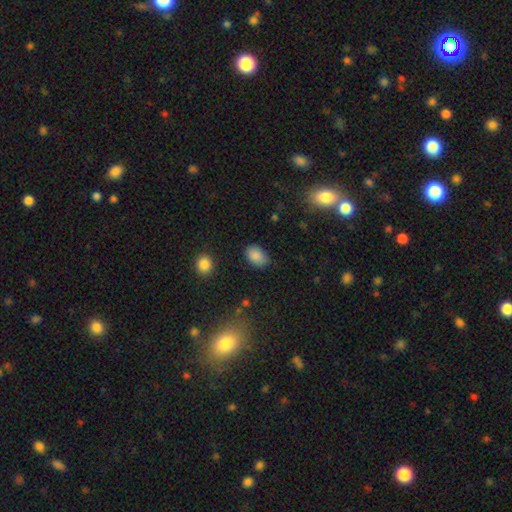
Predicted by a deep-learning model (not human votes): Smooth or featured? Predicted: smooth (p=0.86). How rounded? Predicted: in between (p=0.83). Merging? Predicted: none (p=0.74).